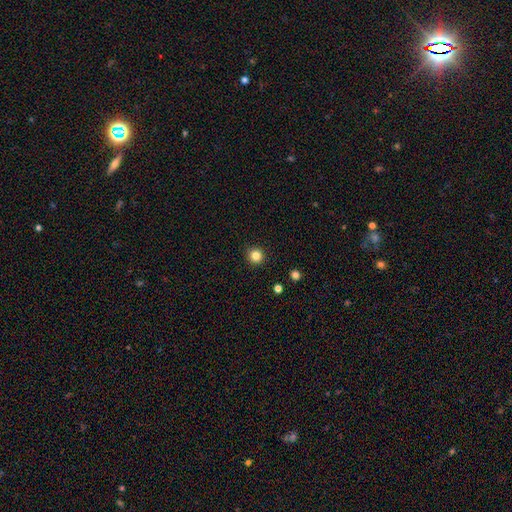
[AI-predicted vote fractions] Smooth or featured? smooth (84%)
How rounded? round (95%)
Merging? none (92%)